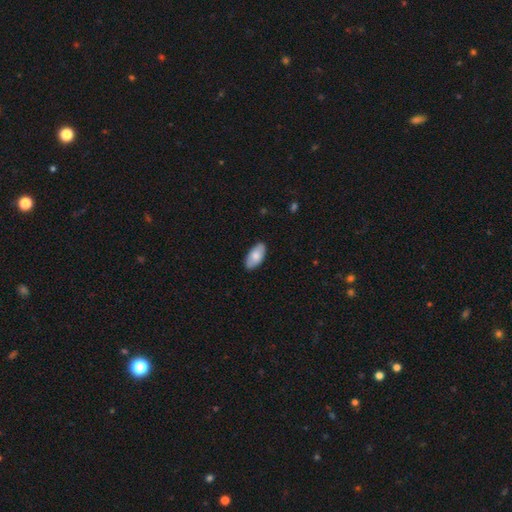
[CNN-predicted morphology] Smooth or featured? Predicted: smooth (p=0.80). How rounded? Predicted: in between (p=0.94). Merging? Predicted: none (p=0.87).